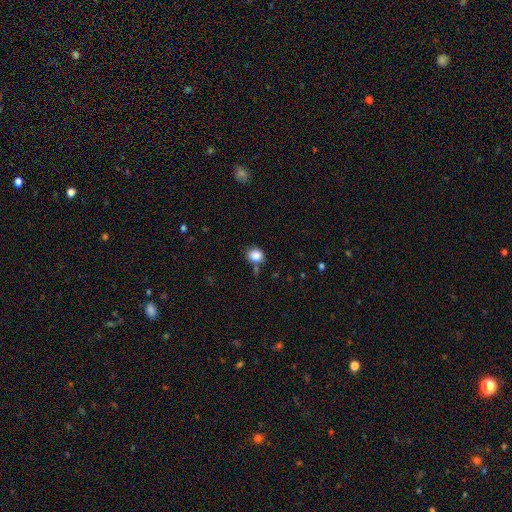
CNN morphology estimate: Smooth or featured: smooth — 85% (star or artifact — 10%)
How rounded: round — 68% (in between — 31%)
Merging: none — 67% (minor disturbance — 18%)